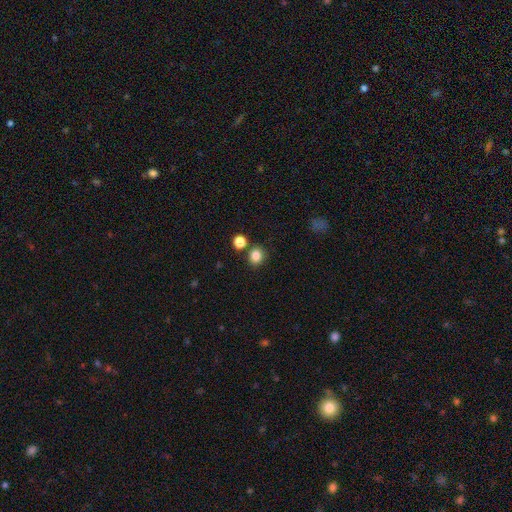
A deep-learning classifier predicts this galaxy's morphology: This appears to be a smooth galaxy with no disk features (84%) that is round (72%). Merging: none (78%).